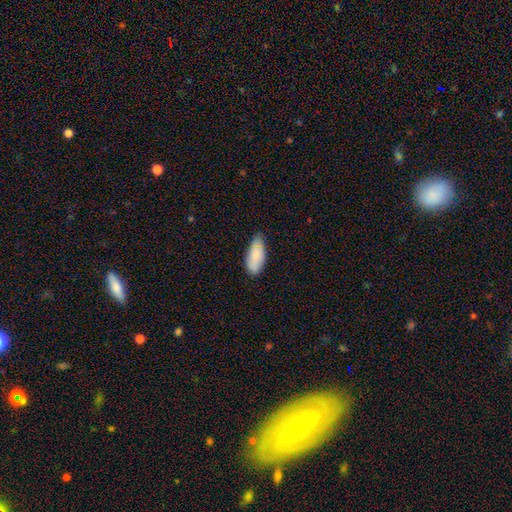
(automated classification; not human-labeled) The model was most divided on "merging": none: 62%, minor disturbance: 30%, major disturbance: 5%, merger: 2%. More confident: how rounded — in between (87%); smooth or featured — smooth (83%).